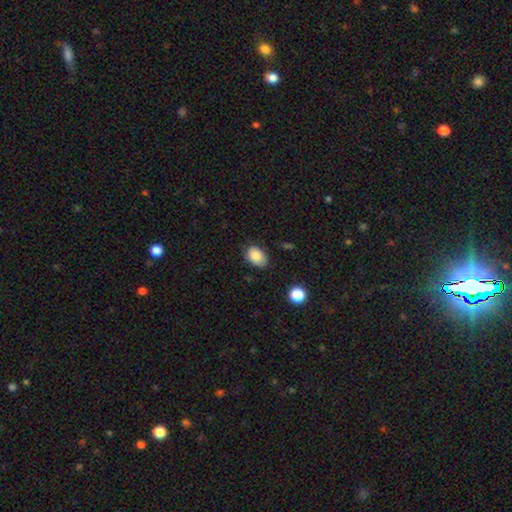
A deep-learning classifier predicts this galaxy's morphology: Smooth or featured: smooth — 86% (star or artifact — 8%)
How rounded: in between — 82% (round — 16%)
Merging: none — 77% (minor disturbance — 18%)